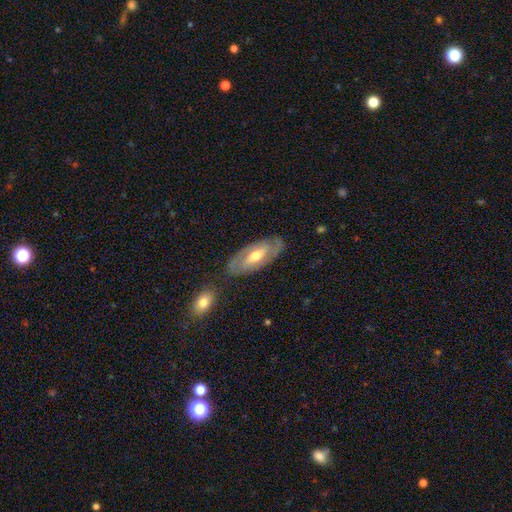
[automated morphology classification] Overall: featured or disk (66%; smooth 28%). Edge-on disk: no (86%). Bar: weak (40%; no 39%). Spiral arms: yes (73%). Bulge size: moderate (72%). Merging: none (78%).